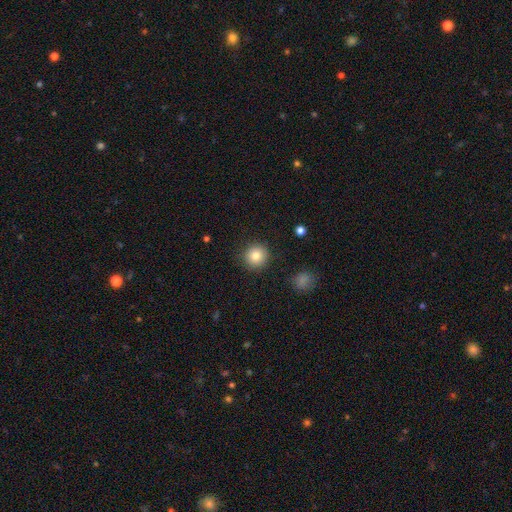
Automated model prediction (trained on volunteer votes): A smooth galaxy with no disk features (83%) that is round (93%).

Vote fractions:
- Smooth or featured? smooth: 83% / star or artifact: 10% / featured or disk: 7%
- How rounded? round: 93% / in between: 6% / cigar-shaped: 1%
- Merging? none: 90% / minor disturbance: 7% / major disturbance: 2% / merger: 1%